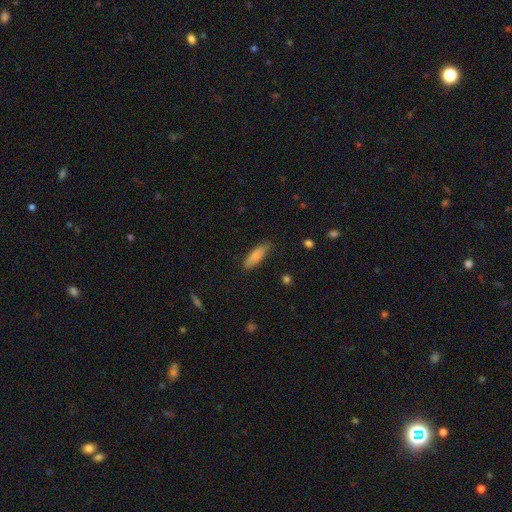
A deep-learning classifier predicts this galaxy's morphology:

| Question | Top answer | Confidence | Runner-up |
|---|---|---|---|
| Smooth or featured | smooth | 84% | featured or disk (10%) |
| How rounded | cigar-shaped | 52% | in between (46%) |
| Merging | none | 81% | minor disturbance (15%) |